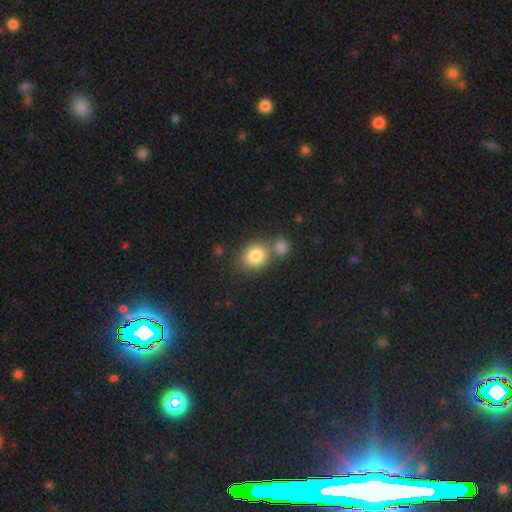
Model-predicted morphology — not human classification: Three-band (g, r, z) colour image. It shows a smooth galaxy with no disk features (82%) that is round (64%). Merging: none (51%).